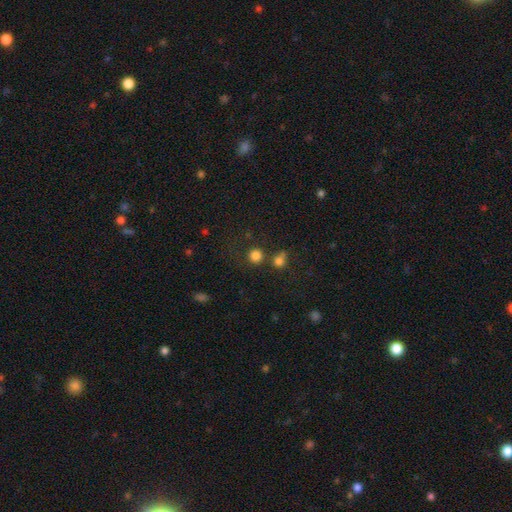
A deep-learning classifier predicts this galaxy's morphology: Smooth or featured: smooth — 80% (star or artifact — 15%)
How rounded: round — 91% (in between — 8%)
Merging: none — 69% (merger — 18%)